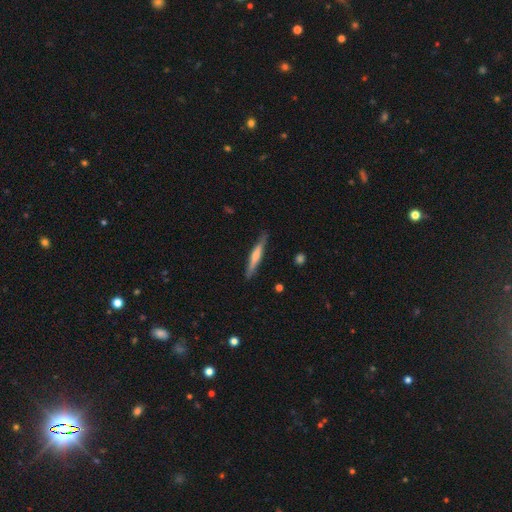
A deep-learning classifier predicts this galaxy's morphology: A smooth galaxy with no disk features (47%, tied with featured or disk).

Vote fractions:
- Smooth or featured? smooth: 47% (tied) / featured or disk: 47% (tied) / star or artifact: 6%
- Merging? none: 85% / minor disturbance: 11% / major disturbance: 2% / merger: 1%